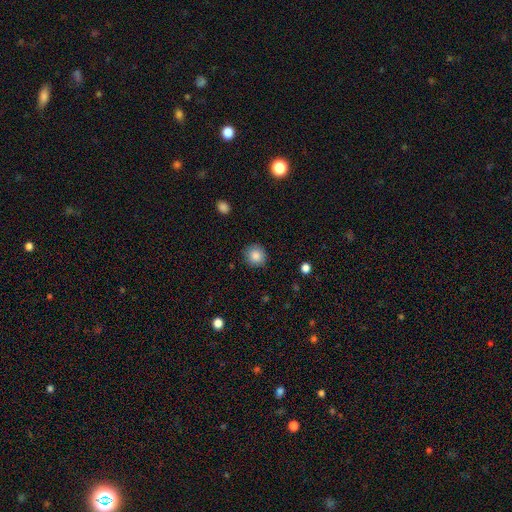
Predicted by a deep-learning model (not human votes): smooth 86%, star or artifact 9%, featured or disk 5%. Down the decision tree: how rounded — round (90%); merging — none (87%).